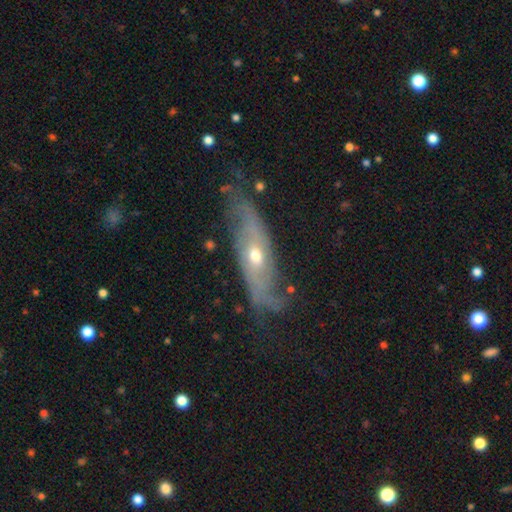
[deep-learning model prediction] Overall: featured or disk (71%). Edge-on disk: no (71%). Bar: no (73%). Spiral arms: yes (73%). Bulge size: moderate (55%; small 40%). Merging: none (64%).